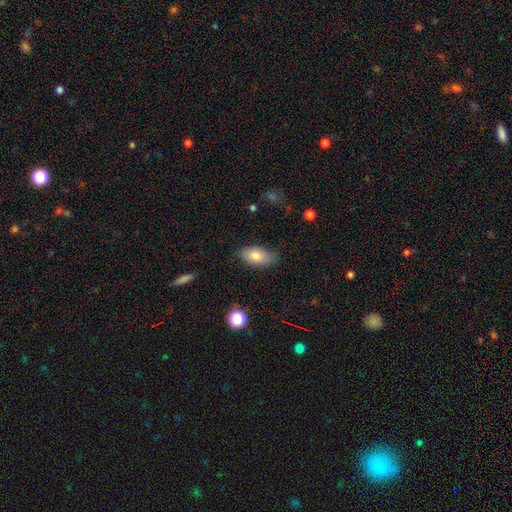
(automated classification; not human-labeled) Smooth or featured: smooth — 80% (featured or disk — 13%)
How rounded: in between — 91% (round — 5%)
Merging: none — 76% (minor disturbance — 19%)